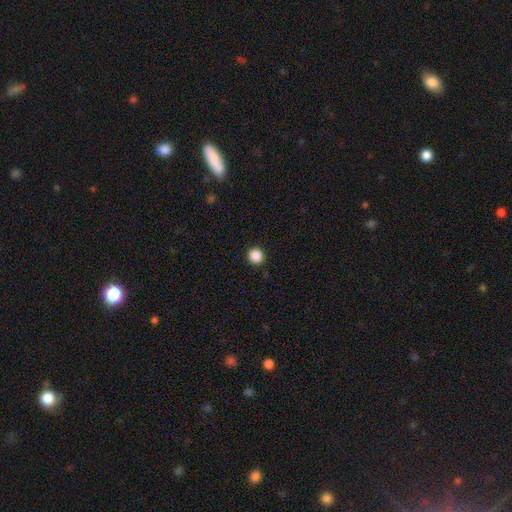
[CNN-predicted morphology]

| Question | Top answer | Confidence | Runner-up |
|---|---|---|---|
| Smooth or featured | smooth | 88% | star or artifact (10%) |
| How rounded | round | 92% | in between (7%) |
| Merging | none | 92% | minor disturbance (5%) |